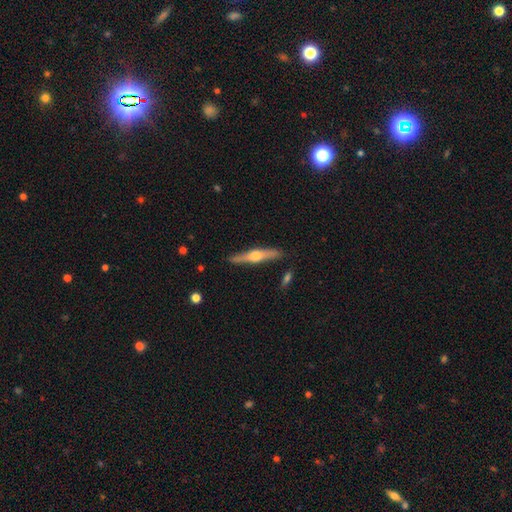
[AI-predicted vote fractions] This is likely a featured or disk galaxy (68%). It is clearly viewed edge-on (97%). Edge-on bulge: clearly rounded (94%). Merging: clearly none (87%).